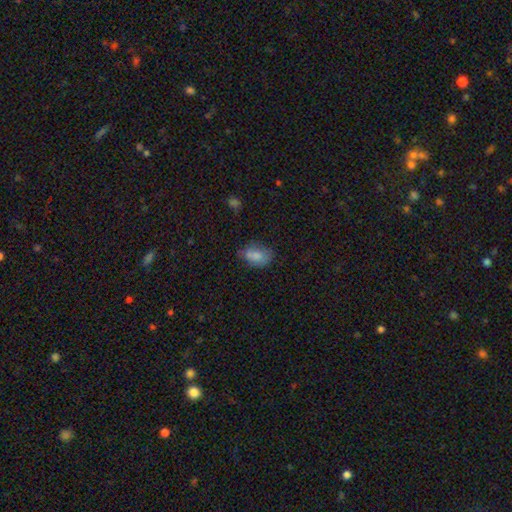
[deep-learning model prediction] Overall: smooth (79%). How rounded: in between (87%). Merging: none (57%; minor disturbance 29%).